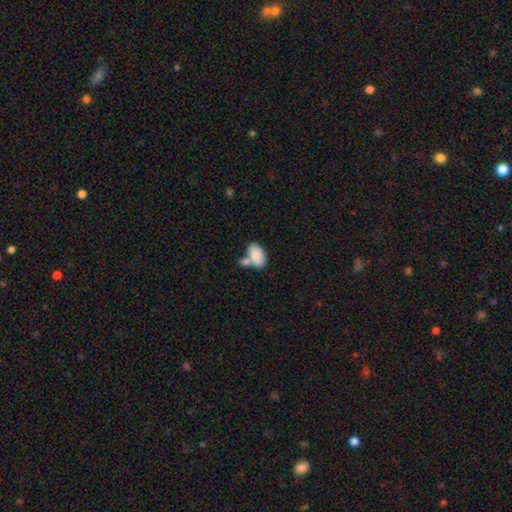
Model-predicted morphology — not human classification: The model was most divided on "merging": none: 44%, merger: 38%, minor disturbance: 13%, major disturbance: 5%. More confident: how rounded — in between (94%); smooth or featured — smooth (85%).